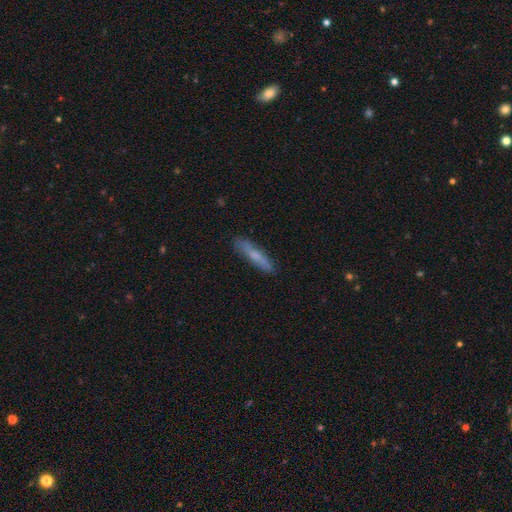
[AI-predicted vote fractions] A smooth galaxy with no disk features (57%) that is cigar-shaped (88%).

Vote fractions:
- Smooth or featured? smooth: 57% / featured or disk: 36% / star or artifact: 6%
- How rounded? cigar-shaped: 88% / in between: 11% / round: 2%
- Merging? none: 84% / minor disturbance: 12% / major disturbance: 2% / merger: 1%